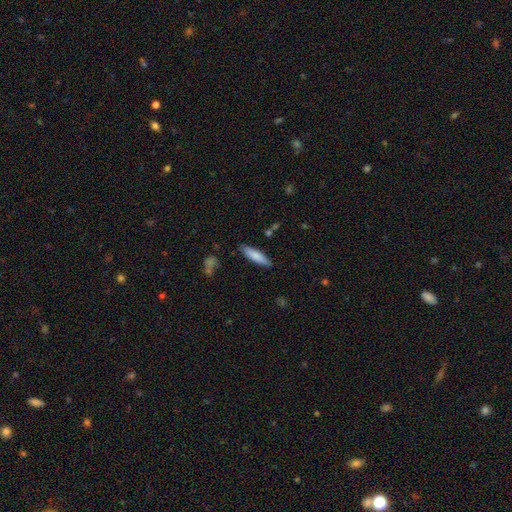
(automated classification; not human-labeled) Smooth or featured: smooth — 81% (featured or disk — 13%)
How rounded: cigar-shaped — 71% (in between — 28%)
Merging: none — 85% (minor disturbance — 11%)